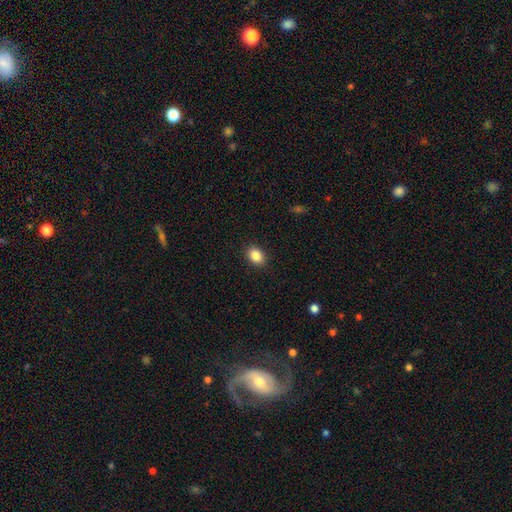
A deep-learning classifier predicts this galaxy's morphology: smooth-or-featured: smooth: 86% | star or artifact: 9% | featured or disk: 5%
  how-rounded: in between: 70% | round: 29% | cigar-shaped: 1%
  merging: none: 90% | minor disturbance: 7% | major disturbance: 2% | merger: 1%